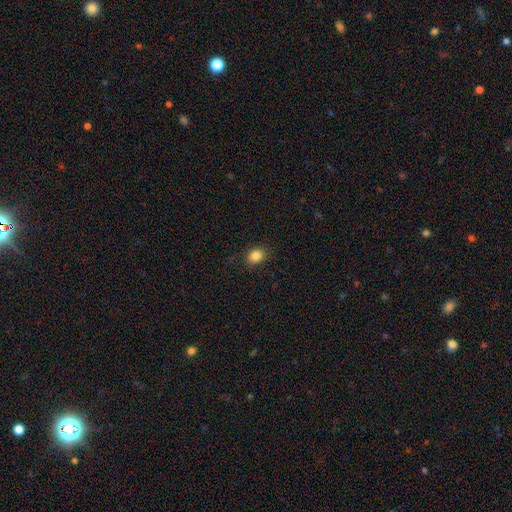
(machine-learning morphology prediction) smooth_or_featured: smooth (p=0.85) [alt: star or artifact p=0.10]
how_rounded: in between (p=0.55) [alt: round p=0.44]
merging: none (p=0.86) [alt: minor disturbance p=0.10]